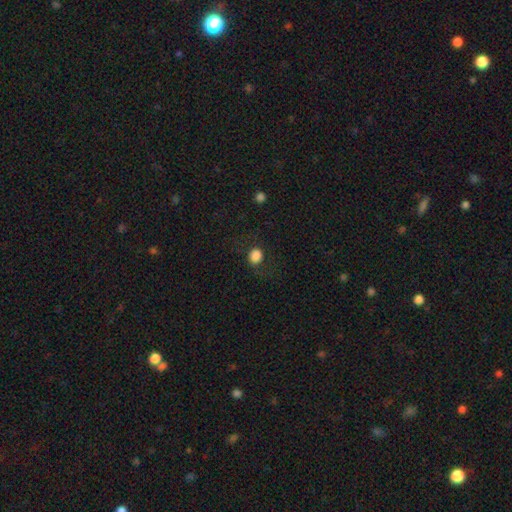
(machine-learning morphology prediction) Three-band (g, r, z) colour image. It shows a smooth galaxy with no disk features (84%) that is round (65%). Merging: none (79%).